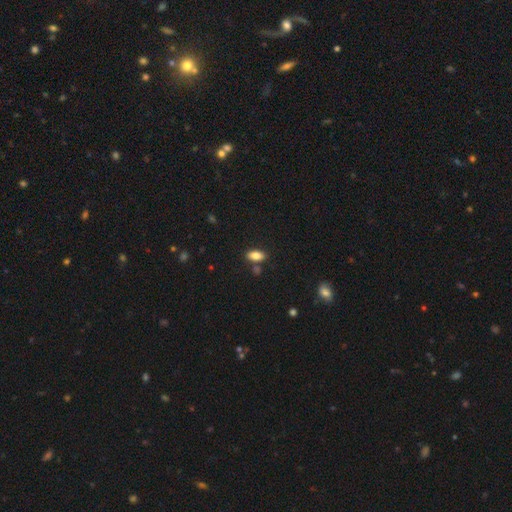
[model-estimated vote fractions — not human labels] smooth-or-featured: smooth: 84% | star or artifact: 8% | featured or disk: 8%
  how-rounded: in between: 90% | cigar-shaped: 6% | round: 4%
  merging: none: 78% | minor disturbance: 11% | merger: 8% | major disturbance: 3%